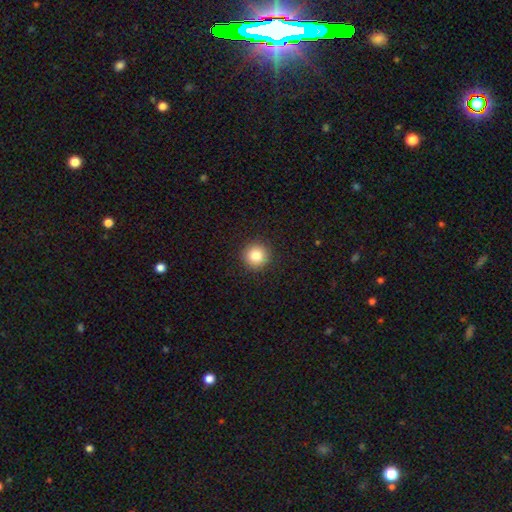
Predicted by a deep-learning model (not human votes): A smooth galaxy with no disk features (83%) that is round (95%). Merging: none (92%).